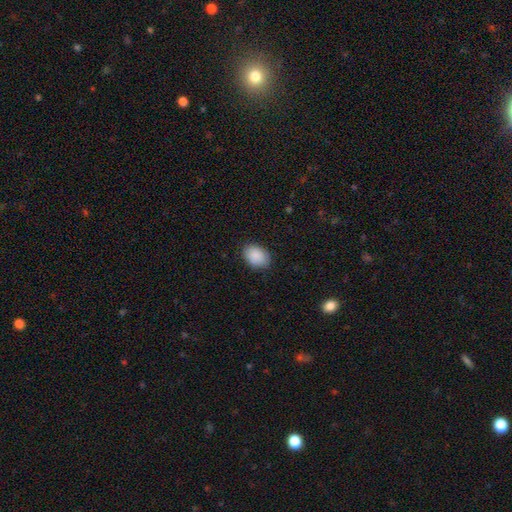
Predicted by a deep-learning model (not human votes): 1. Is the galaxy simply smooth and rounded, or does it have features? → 89% smooth, 7% star or artifact, 4% featured or disk.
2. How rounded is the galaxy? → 77% in between, 22% round, 1% cigar-shaped.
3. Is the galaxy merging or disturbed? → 85% none, 11% minor disturbance, 2% major disturbance, 1% merger.